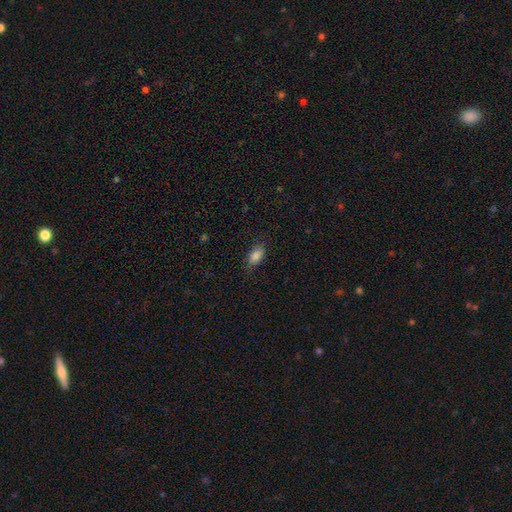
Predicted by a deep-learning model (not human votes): A smooth galaxy with no disk features (85%) that is in between round and cigar-shaped (88%).

Vote fractions:
- Smooth or featured? smooth: 85% / star or artifact: 9% / featured or disk: 7%
- How rounded? in between: 88% / cigar-shaped: 7% / round: 5%
- Merging? none: 77% / minor disturbance: 18% / major disturbance: 5% / merger: 1%